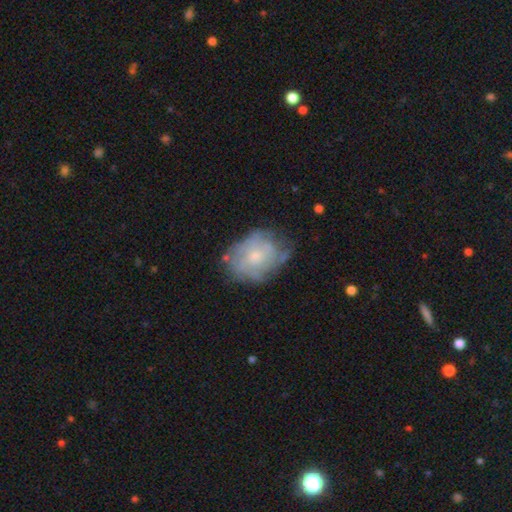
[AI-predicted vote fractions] Q: Smooth or featured?
A: featured or disk (59%); runner-up: smooth (34%)
Q: Edge-on disk?
A: no (97%); runner-up: yes (3%)
Q: Bar?
A: no (81%); runner-up: weak (17%)
Q: Spiral arms?
A: yes (58%); runner-up: no (42%)
Q: Bulge size?
A: small (53%); runner-up: moderate (38%)
Q: Merging?
A: none (59%); runner-up: minor disturbance (27%)